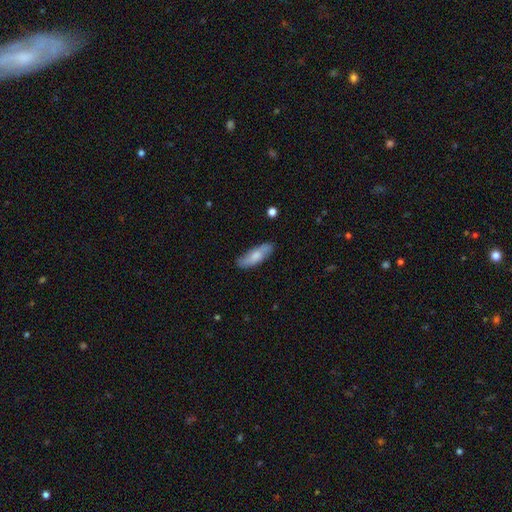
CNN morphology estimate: Smooth or featured? Predicted: smooth (p=0.69). How rounded? Predicted: in between (p=0.60). Merging? Predicted: none (p=0.80).